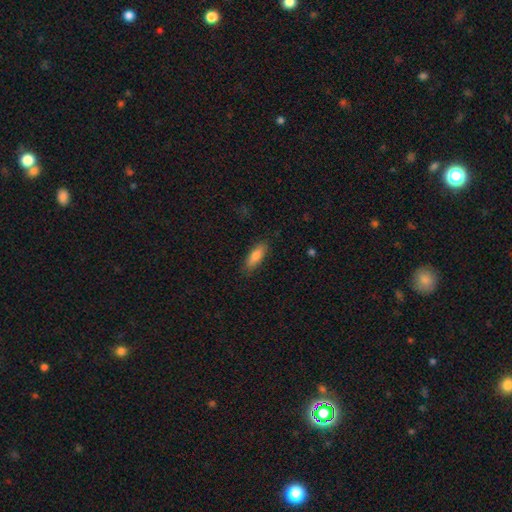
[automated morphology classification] Smooth or featured?
  - smooth: 82% *
  - featured or disk: 11%
  - star or artifact: 7%
How rounded?
  - in between: 58% *
  - cigar-shaped: 40%
  - round: 2%
Merging?
  - none: 84% *
  - minor disturbance: 12%
  - major disturbance: 3%
  - merger: 1%